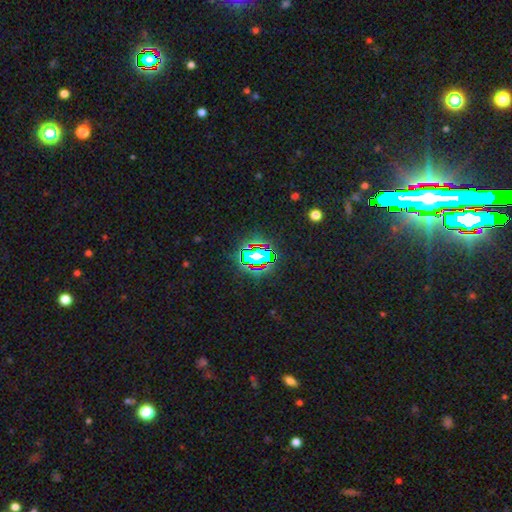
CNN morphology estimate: Smooth or featured? star or artifact (68%)